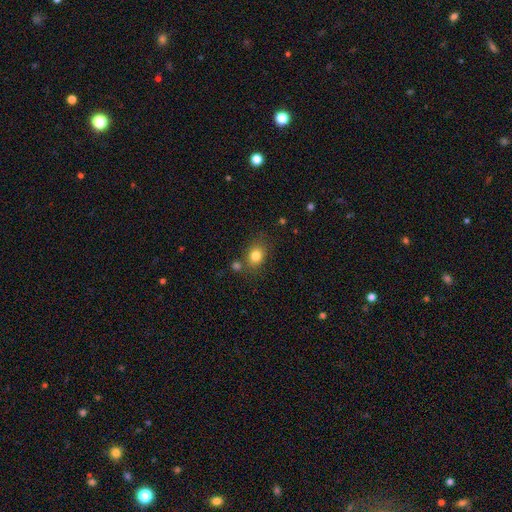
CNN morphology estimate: This is clearly a smooth galaxy (81%). How rounded: possibly in between (50%). Merging: likely none (71%).